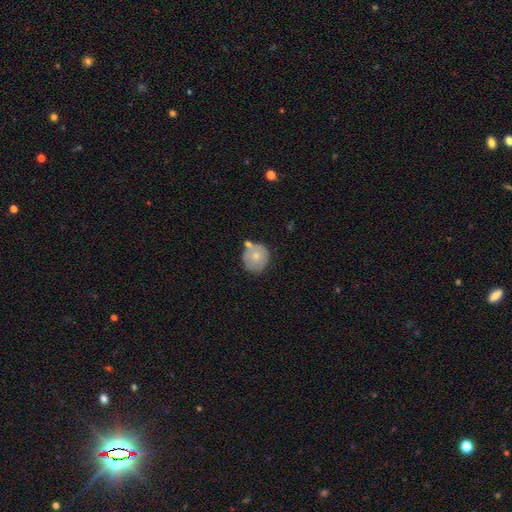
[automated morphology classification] Smooth or featured? Predicted: smooth (p=0.71). How rounded? Predicted: round (p=0.87). Merging? Predicted: none (p=0.58).